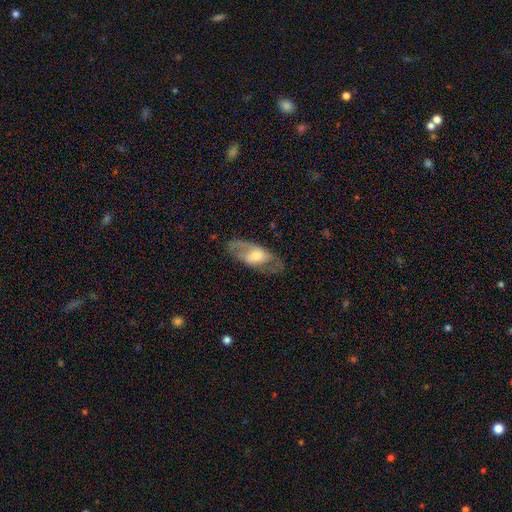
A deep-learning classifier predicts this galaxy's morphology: Overall: featured or disk (57%; smooth 37%). Edge-on disk: no (85%). Merging: none (69%).